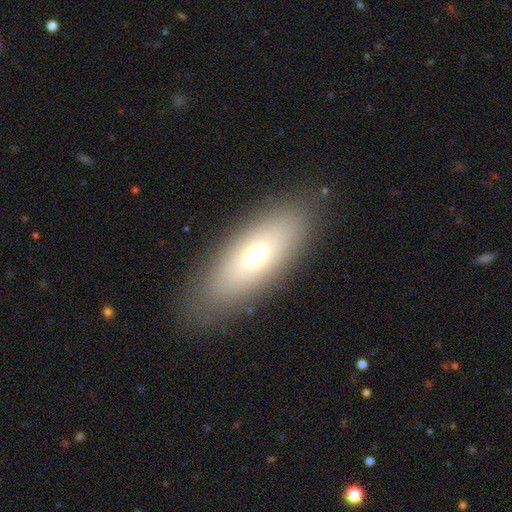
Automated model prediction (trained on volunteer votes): Smooth or featured? smooth (64%)
How rounded? in between (75%)
Merging? none (84%)